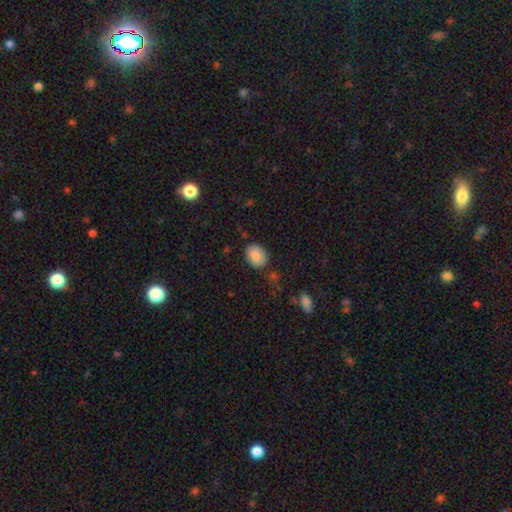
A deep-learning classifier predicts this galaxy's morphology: A smooth galaxy with no disk features (84%) that is in between round and cigar-shaped (63%).

Vote fractions:
- Smooth or featured? smooth: 84% / featured or disk: 8% / star or artifact: 8%
- How rounded? in between: 63% / round: 36% / cigar-shaped: 1%
- Merging? none: 77% / minor disturbance: 17% / major disturbance: 3% / merger: 3%